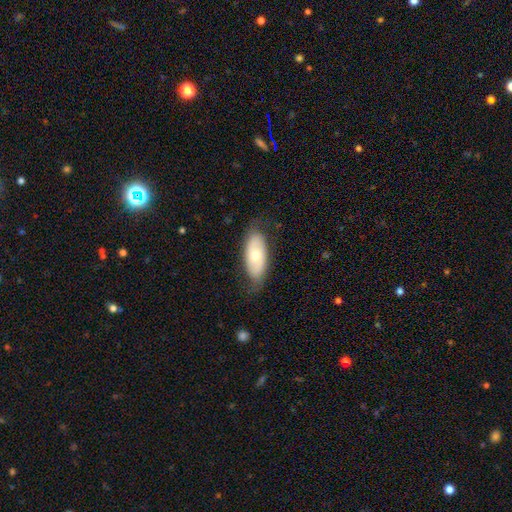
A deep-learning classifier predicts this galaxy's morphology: Smooth or featured? Predicted: smooth (p=0.57). How rounded? Predicted: in between (p=0.89). Merging? Predicted: none (p=0.74).